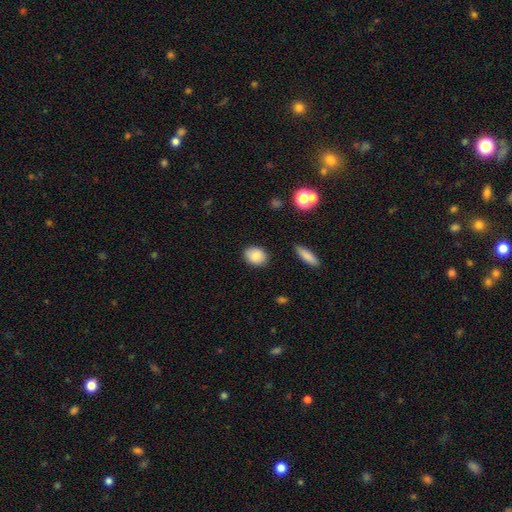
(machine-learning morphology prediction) smooth_or_featured: smooth (p=0.85) [alt: star or artifact p=0.08]
how_rounded: in between (p=0.56) [alt: round p=0.42]
merging: none (p=0.88) [alt: minor disturbance p=0.09]